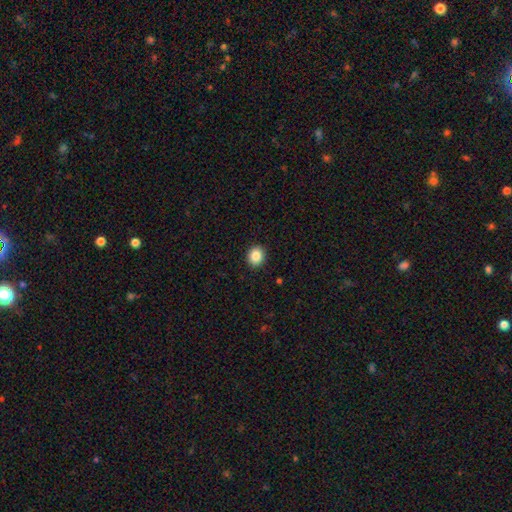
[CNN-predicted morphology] This appears to be a smooth galaxy with no disk features (87%) that is round (72%). Merging: none (91%).